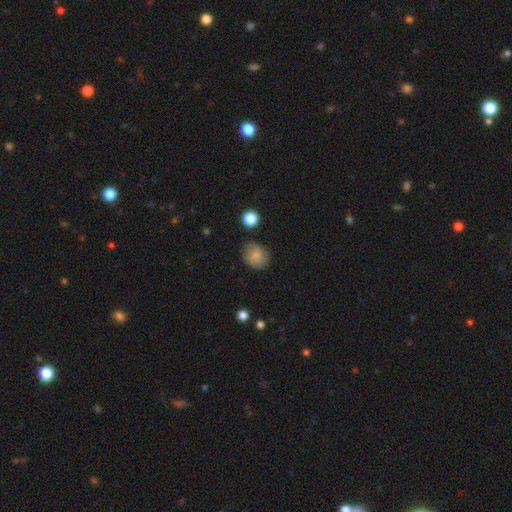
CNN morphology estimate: This is likely a smooth galaxy (77%). How rounded: likely round (79%). Merging: likely none (79%).